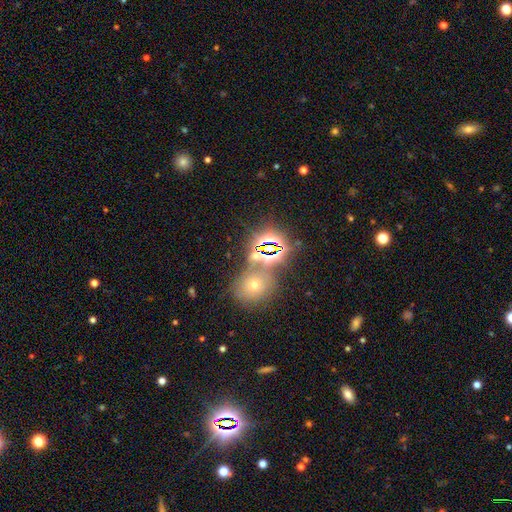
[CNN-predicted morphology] A star or artifact, not a galaxy (56%).